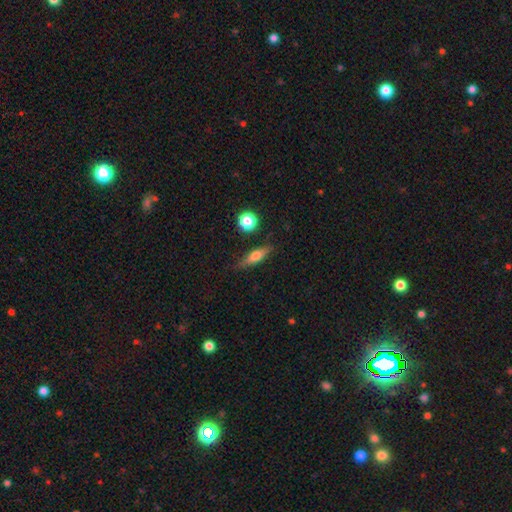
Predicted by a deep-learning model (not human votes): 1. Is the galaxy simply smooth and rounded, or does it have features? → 58% smooth, 33% featured or disk, 8% star or artifact.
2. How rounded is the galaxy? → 59% cigar-shaped, 36% in between, 5% round.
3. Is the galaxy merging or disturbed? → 80% none, 14% minor disturbance, 4% major disturbance, 3% merger.